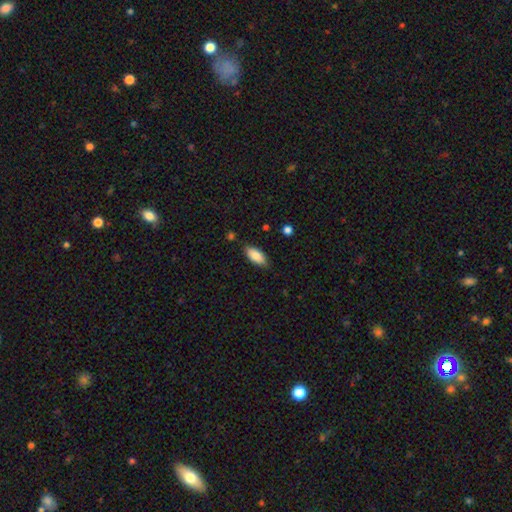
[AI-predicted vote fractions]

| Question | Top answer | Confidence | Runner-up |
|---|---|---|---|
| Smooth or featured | smooth | 84% | featured or disk (9%) |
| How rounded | in between | 89% | cigar-shaped (9%) |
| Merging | none | 81% | minor disturbance (14%) |